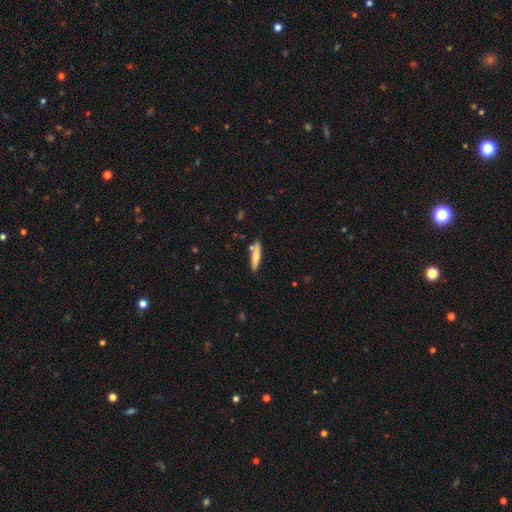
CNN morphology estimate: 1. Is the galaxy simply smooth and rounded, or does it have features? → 64% smooth, 31% featured or disk, 6% star or artifact.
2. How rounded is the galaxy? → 86% cigar-shaped, 12% in between, 2% round.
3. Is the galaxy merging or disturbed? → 78% none, 12% minor disturbance, 7% merger, 2% major disturbance.